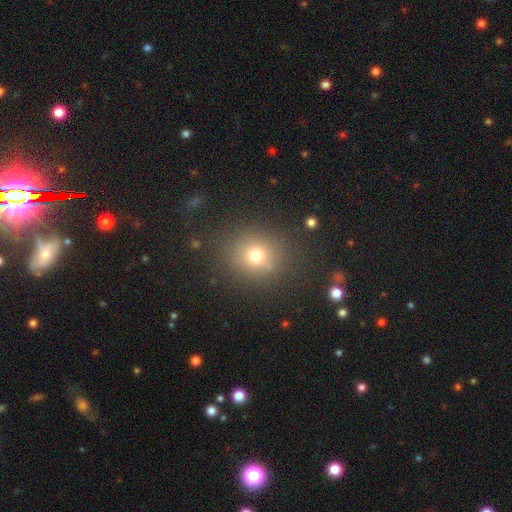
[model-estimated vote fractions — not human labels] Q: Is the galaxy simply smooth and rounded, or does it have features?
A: smooth — 72%.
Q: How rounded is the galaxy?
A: round — 83%.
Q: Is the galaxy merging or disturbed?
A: none — 82%.